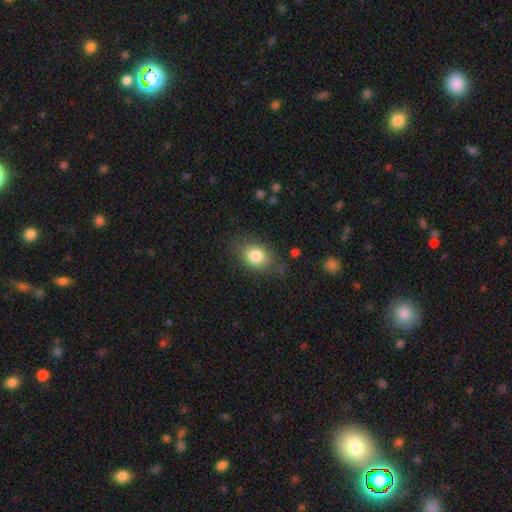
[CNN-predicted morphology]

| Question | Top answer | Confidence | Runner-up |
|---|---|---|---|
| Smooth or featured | smooth | 82% | featured or disk (10%) |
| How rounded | in between | 66% | round (33%) |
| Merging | none | 73% | minor disturbance (19%) |